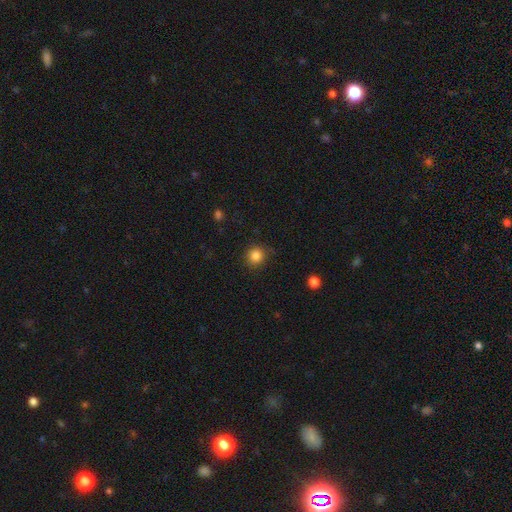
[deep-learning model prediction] Smooth or featured? smooth (84%)
How rounded? round (92%)
Merging? none (85%)